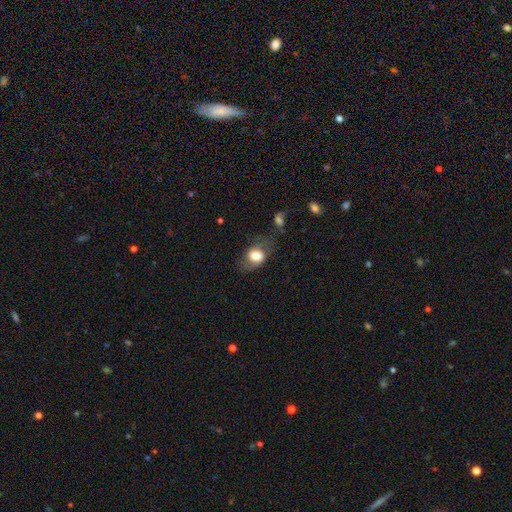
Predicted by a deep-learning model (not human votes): Morphology: type=smooth (71%); roundness=in between (66%); merging=none (54%).